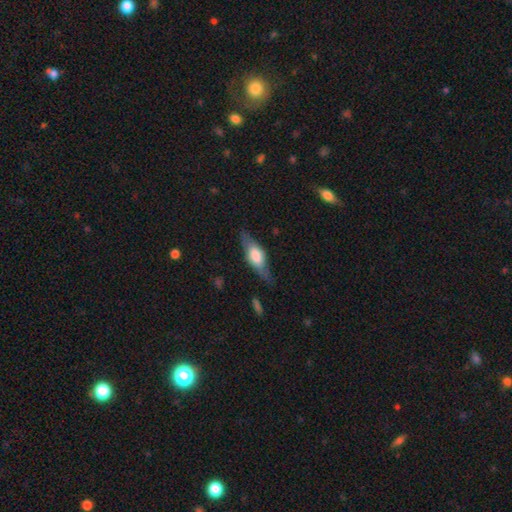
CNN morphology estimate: Smooth or featured: smooth — 47% (tied with featured or disk — 47%)
Merging: none — 72% (minor disturbance — 19%)